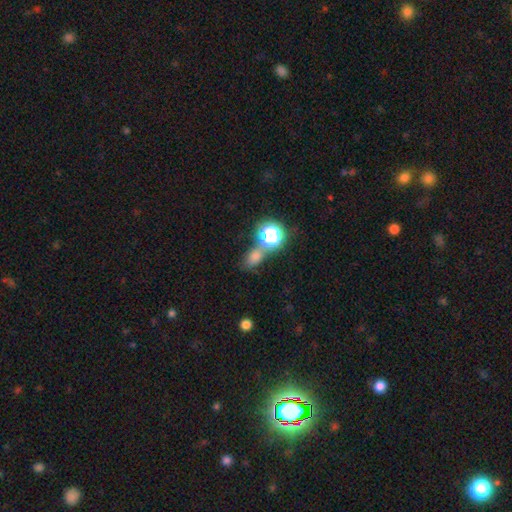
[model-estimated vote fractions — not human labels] Morphology: type=smooth (58%); roundness=in between (56%); merging=none (60%).